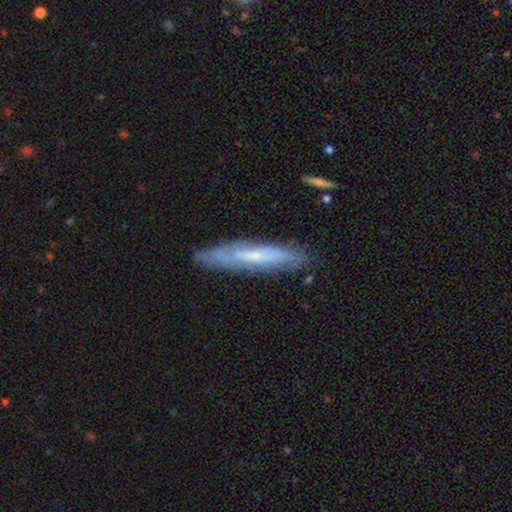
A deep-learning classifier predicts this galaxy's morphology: A featured or disk galaxy (55%) viewed edge-on (60%). Merging: none (80%).